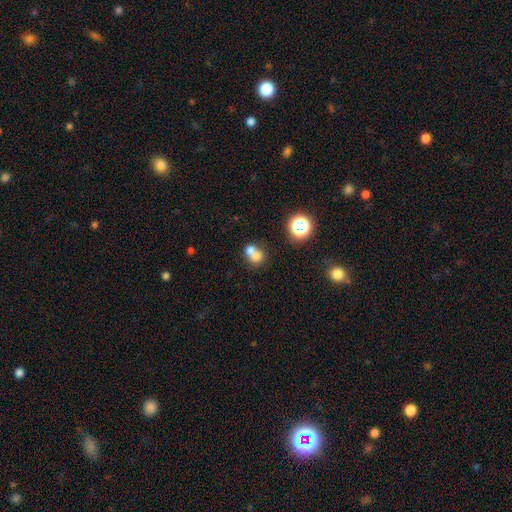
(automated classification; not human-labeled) Smooth or featured: smooth — 68% (featured or disk — 17%)
How rounded: round — 74% (in between — 25%)
Merging: merger — 61% (none — 30%)